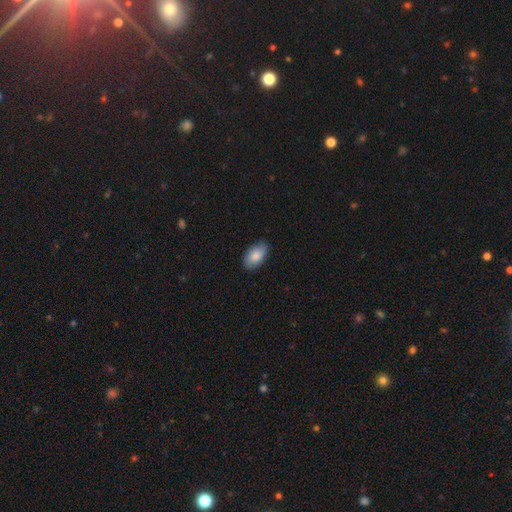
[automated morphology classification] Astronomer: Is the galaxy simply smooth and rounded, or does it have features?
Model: smooth — 84%.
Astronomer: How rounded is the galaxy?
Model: in between — 94%.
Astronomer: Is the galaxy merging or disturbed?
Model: none — 84%.